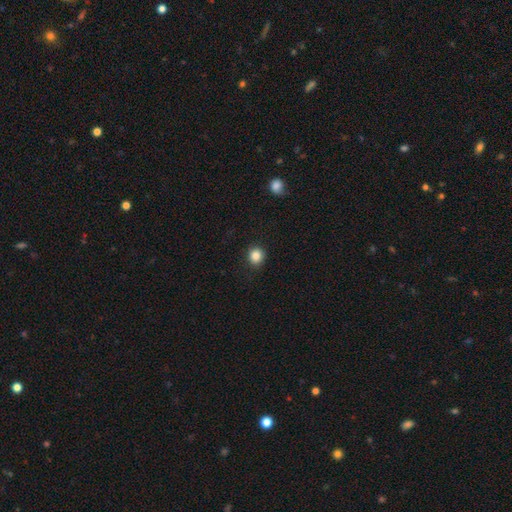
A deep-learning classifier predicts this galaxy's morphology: Smooth or featured: smooth — 85% (star or artifact — 10%)
How rounded: round — 87% (in between — 12%)
Merging: none — 91% (minor disturbance — 6%)